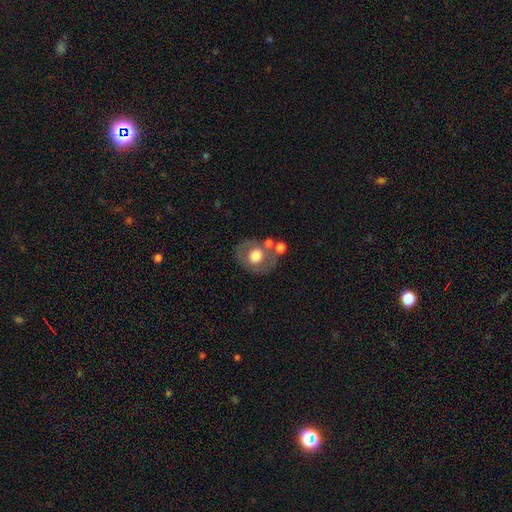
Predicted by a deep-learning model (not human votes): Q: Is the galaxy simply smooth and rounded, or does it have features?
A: smooth — 56%.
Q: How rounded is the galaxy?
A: round — 66%.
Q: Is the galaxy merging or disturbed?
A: none — 63%.